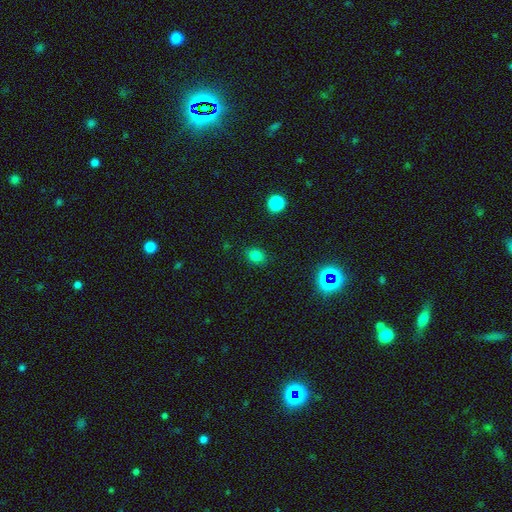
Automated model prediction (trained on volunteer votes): Smooth or featured? smooth (79%)
How rounded? in between (52%)
Merging? none (86%)